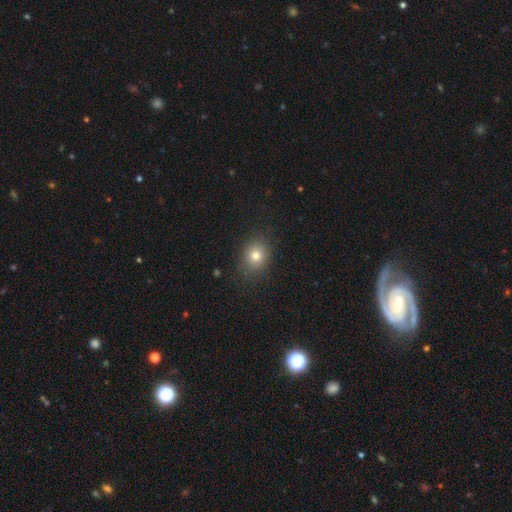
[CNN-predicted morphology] Smooth or featured? Predicted: smooth (p=0.77). How rounded? Predicted: round (p=0.62). Merging? Predicted: none (p=0.85).